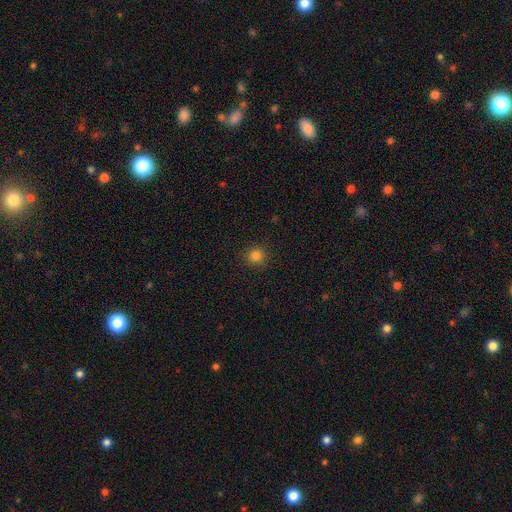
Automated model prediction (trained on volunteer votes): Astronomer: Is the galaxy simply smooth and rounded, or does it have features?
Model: smooth — 82%.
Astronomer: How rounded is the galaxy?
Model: round — 92%.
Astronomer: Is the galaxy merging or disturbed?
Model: none — 91%.